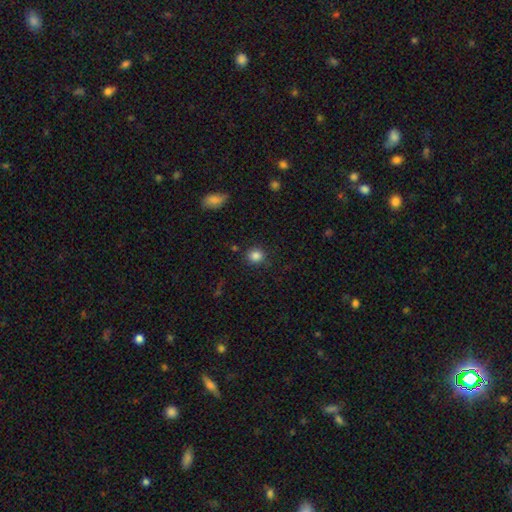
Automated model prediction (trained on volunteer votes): Q: Smooth or featured?
A: smooth (84%); runner-up: star or artifact (11%)
Q: How rounded?
A: round (89%); runner-up: in between (10%)
Q: Merging?
A: none (87%); runner-up: minor disturbance (8%)